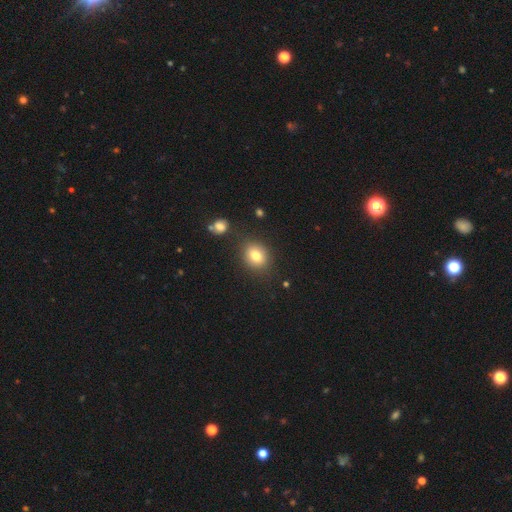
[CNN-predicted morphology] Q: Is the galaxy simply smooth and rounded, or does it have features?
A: smooth — 79%.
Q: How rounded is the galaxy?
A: round — 64%.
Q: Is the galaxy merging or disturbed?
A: none — 83%.